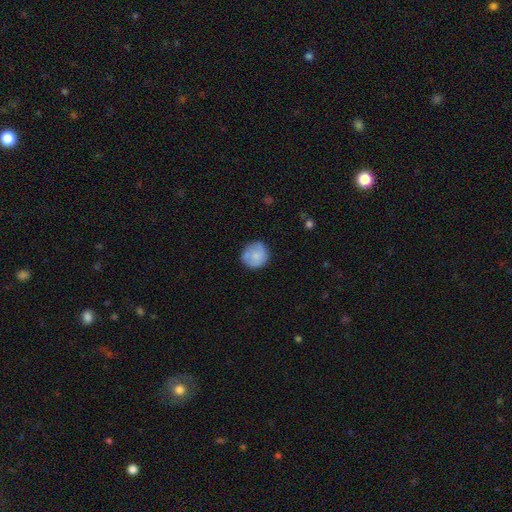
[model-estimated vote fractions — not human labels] smooth_or_featured: smooth (p=0.75) [alt: featured or disk p=0.18]
how_rounded: round (p=0.89) [alt: in between p=0.10]
merging: none (p=0.76) [alt: minor disturbance p=0.18]